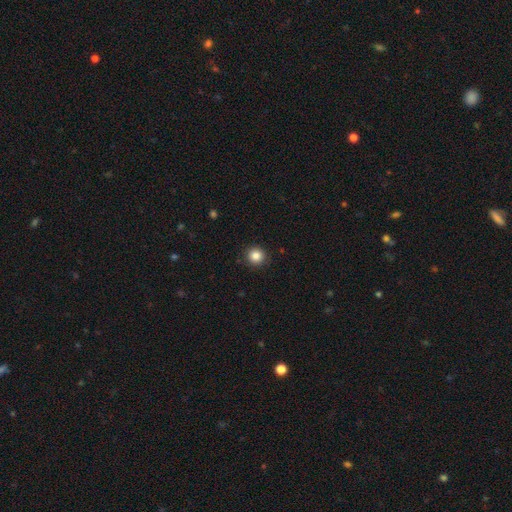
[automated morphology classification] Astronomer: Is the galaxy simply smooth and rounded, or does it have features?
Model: smooth — 85%.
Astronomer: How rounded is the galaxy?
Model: round — 94%.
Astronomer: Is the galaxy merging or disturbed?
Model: none — 91%.